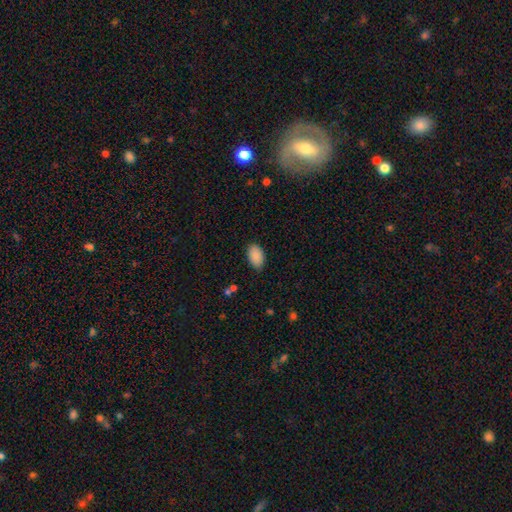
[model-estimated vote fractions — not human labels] Smooth or featured? Predicted: smooth (p=0.89). How rounded? Predicted: in between (p=0.93). Merging? Predicted: none (p=0.83).